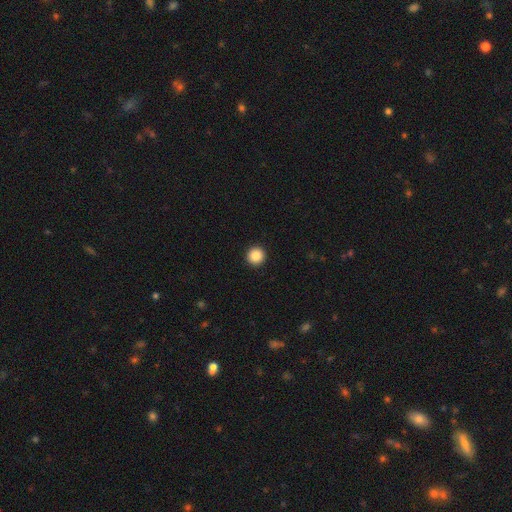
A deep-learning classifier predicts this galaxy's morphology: Smooth or featured?
  - smooth: 87% *
  - star or artifact: 9%
  - featured or disk: 4%
How rounded?
  - round: 96% *
  - in between: 3%
  - cigar-shaped: 1%
Merging?
  - none: 94% *
  - minor disturbance: 4%
  - major disturbance: 1%
  - merger: 1%